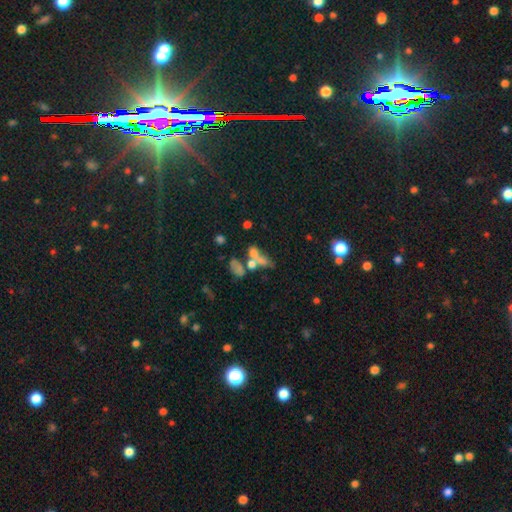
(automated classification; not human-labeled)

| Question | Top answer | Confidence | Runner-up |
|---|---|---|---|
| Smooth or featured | smooth | 52% | featured or disk (30%) |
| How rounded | in between | 62% | round (23%) |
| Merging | merger | 54% | none (23%) |